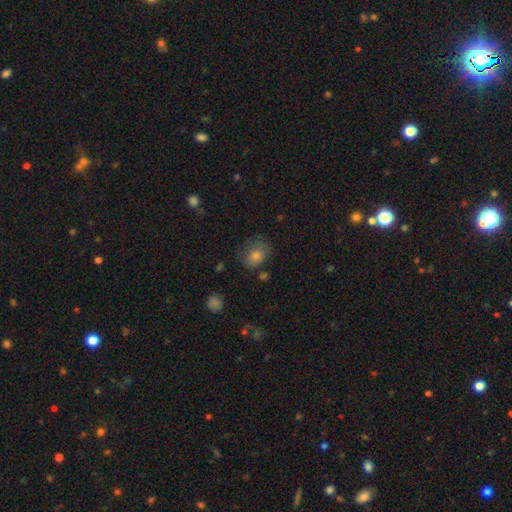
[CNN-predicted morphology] This is likely a smooth galaxy (70%). How rounded: possibly in between (51%). Merging: likely none (72%).